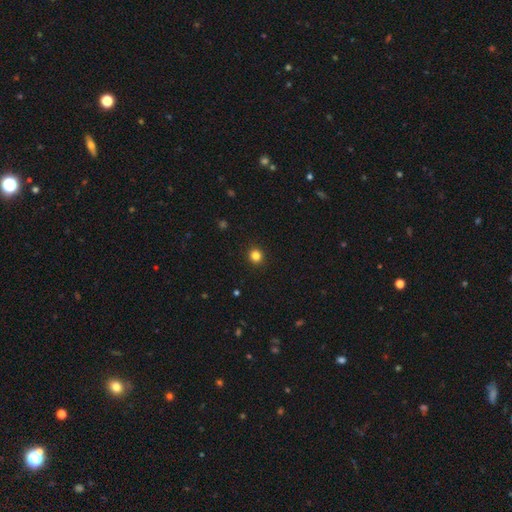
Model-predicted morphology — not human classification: type=smooth (83%); roundness=round (92%); merging=none (93%).